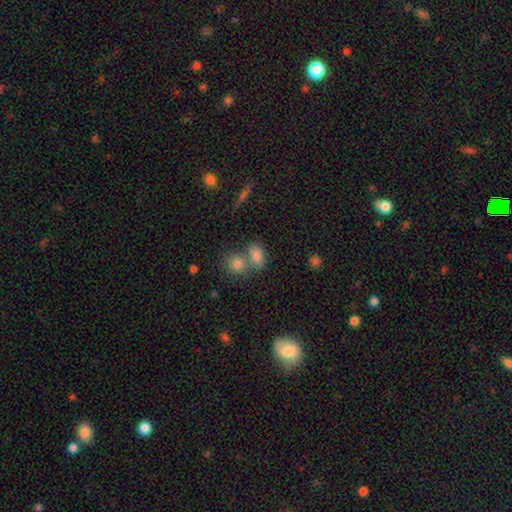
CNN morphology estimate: Smooth or featured: smooth — 77% (star or artifact — 13%)
How rounded: in between — 74% (round — 24%)
Merging: none — 43% (tied with merger — 43%)